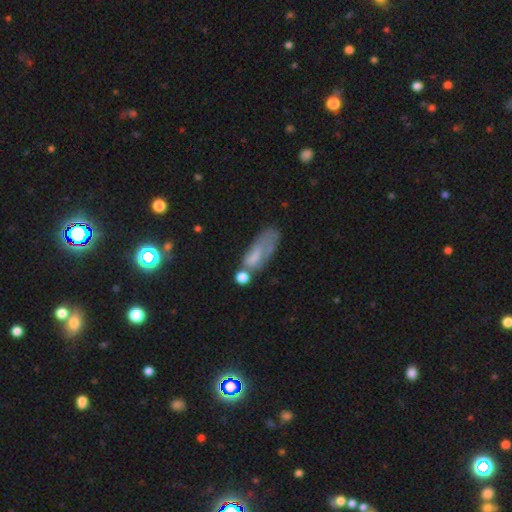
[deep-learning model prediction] Overall: smooth (54%; featured or disk 33%). How rounded: in between (66%; cigar-shaped 31%). Merging: none (33%; major disturbance 26%).